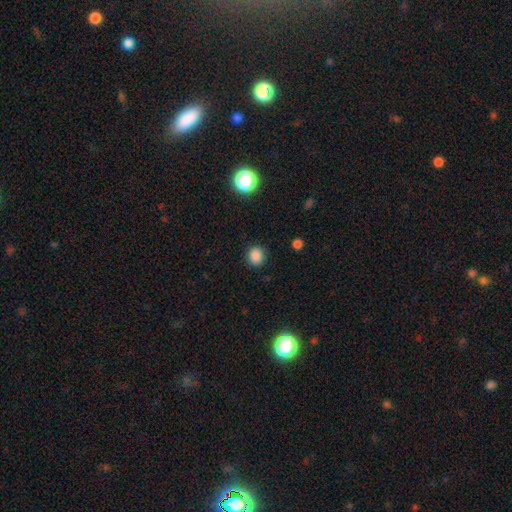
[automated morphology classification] Smooth or featured? smooth (85%)
How rounded? round (74%)
Merging? none (88%)